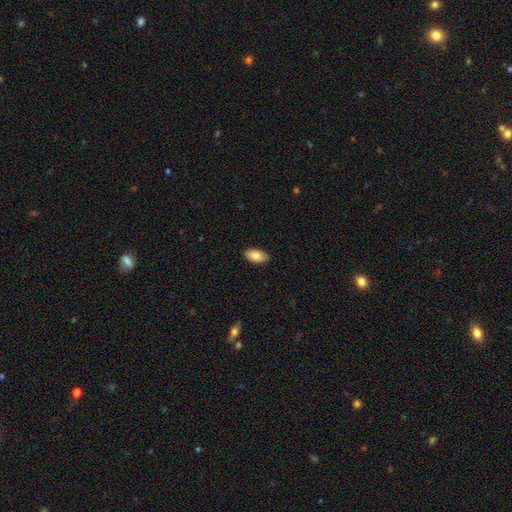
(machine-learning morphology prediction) Q: Smooth or featured?
A: smooth (86%); runner-up: featured or disk (8%)
Q: How rounded?
A: in between (95%); runner-up: round (3%)
Q: Merging?
A: none (88%); runner-up: minor disturbance (9%)